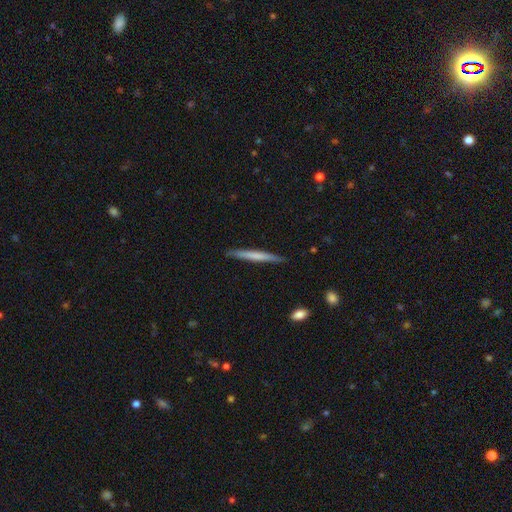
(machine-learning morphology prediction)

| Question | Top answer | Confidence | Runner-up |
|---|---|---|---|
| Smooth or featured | smooth | 58% | featured or disk (37%) |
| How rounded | cigar-shaped | 96% | in between (2%) |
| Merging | none | 88% | minor disturbance (9%) |